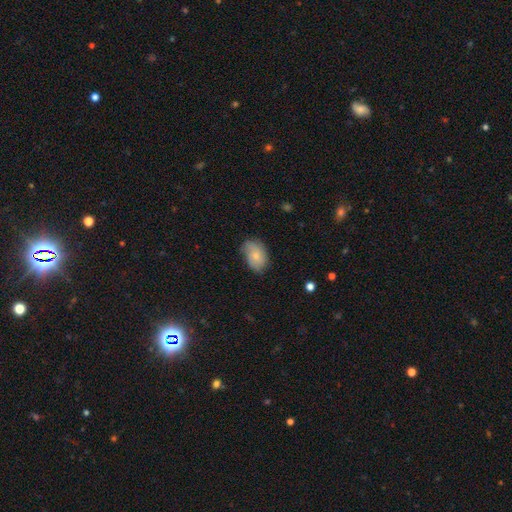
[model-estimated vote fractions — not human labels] Overall: smooth (74%). How rounded: in between (86%). Merging: none (65%; minor disturbance 28%).